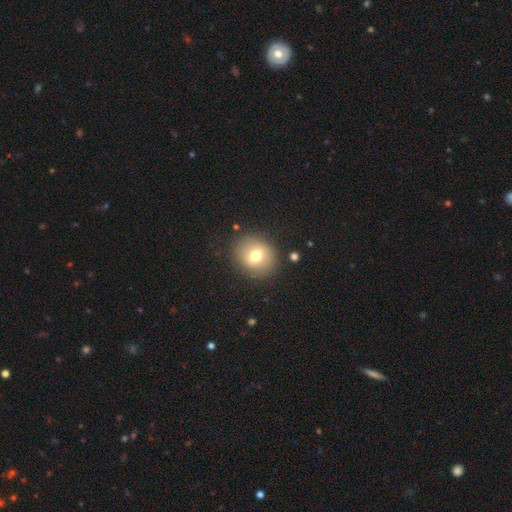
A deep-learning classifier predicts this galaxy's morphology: A smooth galaxy with no disk features (69%) that is round (77%).

Vote fractions:
- Smooth or featured? smooth: 69% / featured or disk: 21% / star or artifact: 11%
- How rounded? round: 77% / in between: 22% / cigar-shaped: 1%
- Merging? none: 85% / minor disturbance: 9% / major disturbance: 4% / merger: 2%